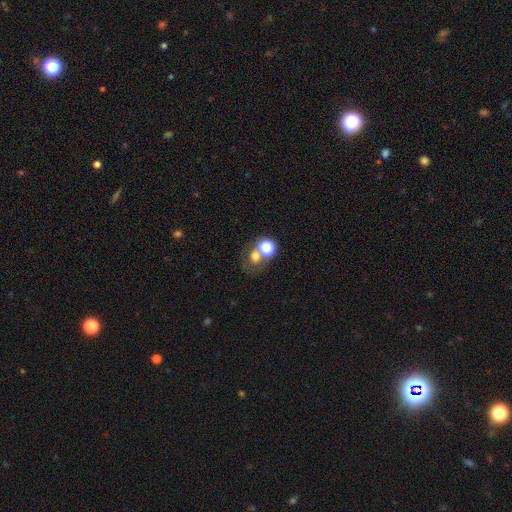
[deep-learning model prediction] smooth-or-featured: smooth: 60% | star or artifact: 22% | featured or disk: 18%
  how-rounded: round: 71% | in between: 28% | cigar-shaped: 1%
  merging: none: 43% | merger: 41% | minor disturbance: 9% | major disturbance: 7%